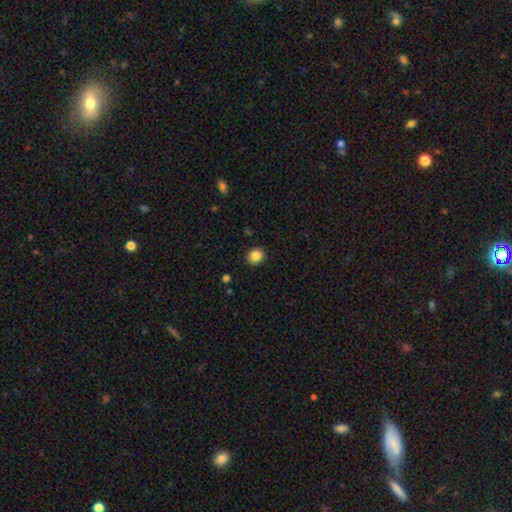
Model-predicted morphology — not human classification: smooth 86%, star or artifact 10%, featured or disk 5%. Down the decision tree: how rounded — round (81%); merging — none (92%).